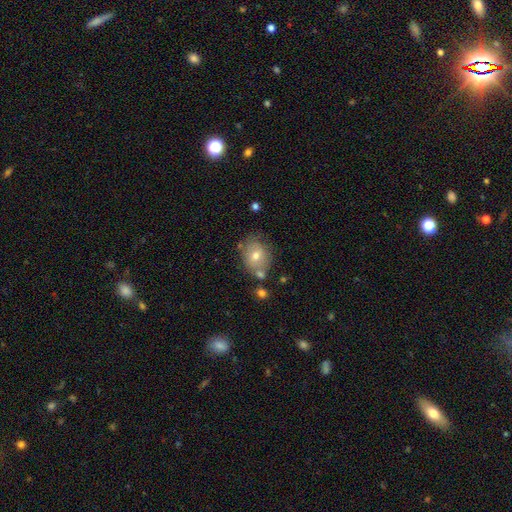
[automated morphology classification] Smooth or featured?
  - smooth: 66% *
  - featured or disk: 25%
  - star or artifact: 9%
How rounded?
  - round: 61% *
  - in between: 38%
  - cigar-shaped: 1%
Merging?
  - none: 62% *
  - minor disturbance: 20%
  - merger: 12%
  - major disturbance: 6%